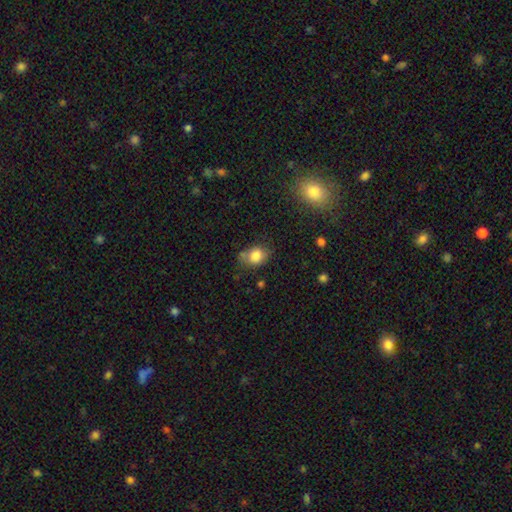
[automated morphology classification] A smooth galaxy with no disk features (81%) that is in between round and cigar-shaped (54%). Merging: none (62%).